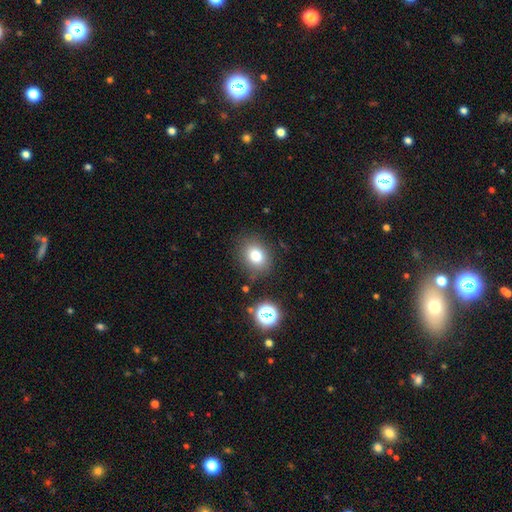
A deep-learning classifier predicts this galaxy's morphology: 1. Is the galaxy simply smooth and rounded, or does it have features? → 79% smooth, 13% star or artifact, 8% featured or disk.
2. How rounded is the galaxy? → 52% round, 47% in between, 1% cigar-shaped.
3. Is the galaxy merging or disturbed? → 81% none, 12% minor disturbance, 4% major disturbance, 3% merger.